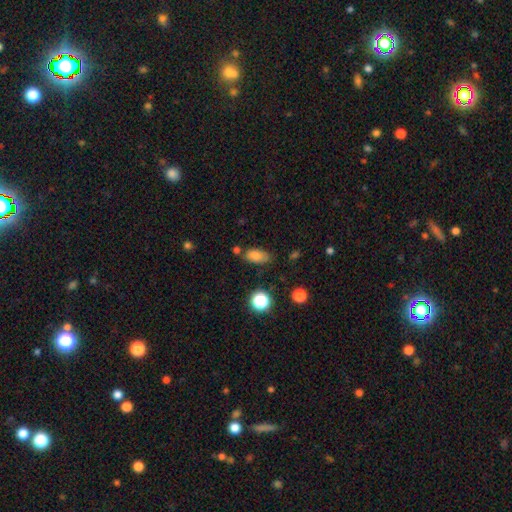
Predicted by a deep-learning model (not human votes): Smooth or featured: smooth — 79% (star or artifact — 12%)
How rounded: in between — 87% (round — 7%)
Merging: none — 70% (minor disturbance — 19%)